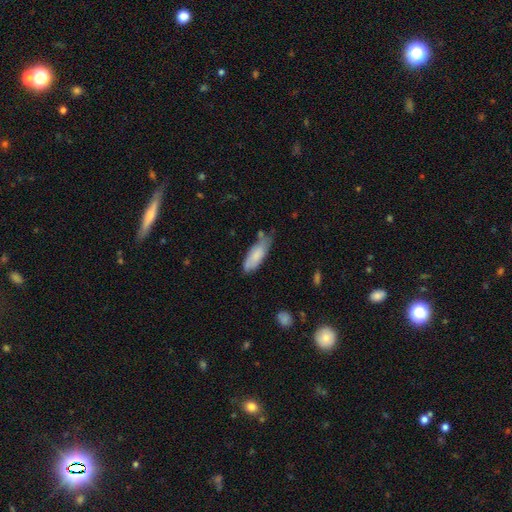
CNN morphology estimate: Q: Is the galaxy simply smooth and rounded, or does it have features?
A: smooth — 77%.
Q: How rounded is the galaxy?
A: in between — 63%.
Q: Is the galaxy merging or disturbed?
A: none — 58%.